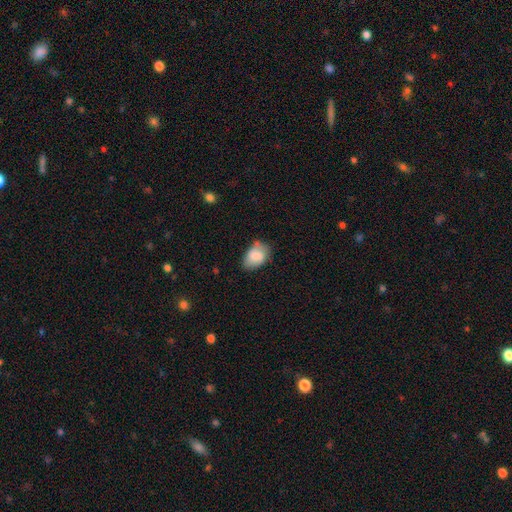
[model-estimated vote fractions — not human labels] This is likely a smooth galaxy (79%). How rounded: clearly in between (84%). Merging: possibly none (55%).